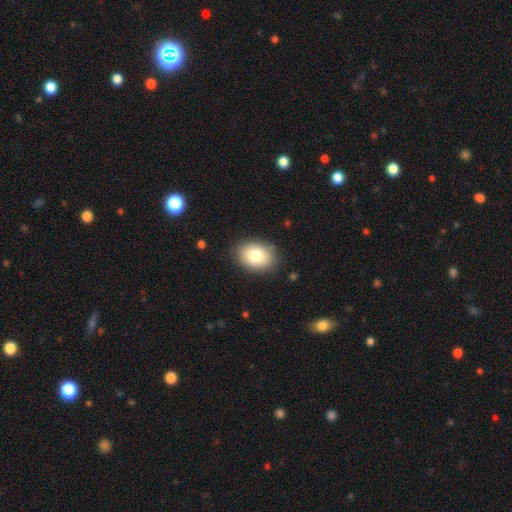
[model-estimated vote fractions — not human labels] Q: Smooth or featured?
A: smooth (80%); runner-up: featured or disk (11%)
Q: How rounded?
A: in between (67%); runner-up: round (32%)
Q: Merging?
A: none (86%); runner-up: minor disturbance (10%)